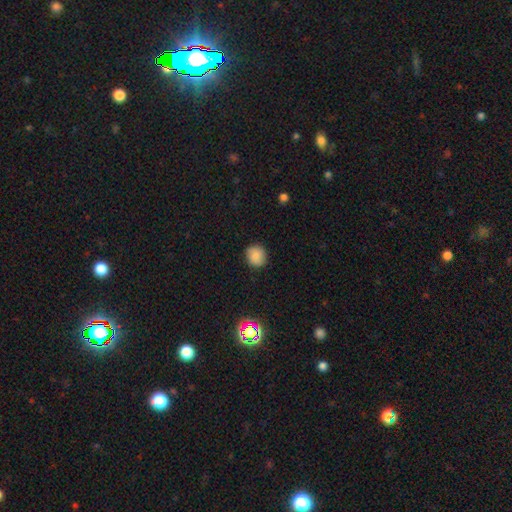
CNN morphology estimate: smooth_or_featured: smooth (p=0.83) [alt: star or artifact p=0.10]
how_rounded: round (p=0.89) [alt: in between p=0.10]
merging: none (p=0.87) [alt: minor disturbance p=0.10]